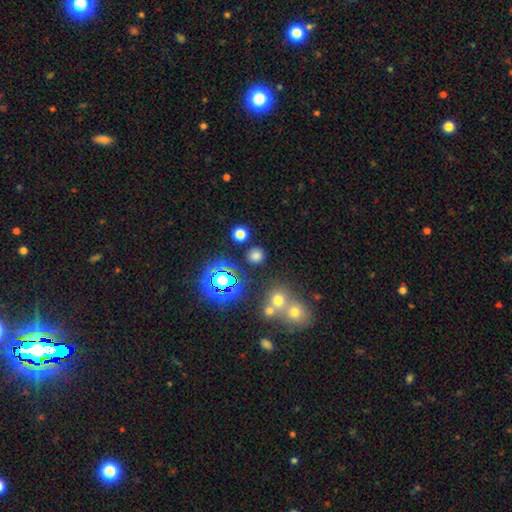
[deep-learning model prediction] This appears to be a smooth galaxy with no disk features (69%) that is round (89%). Merging: none (83%).